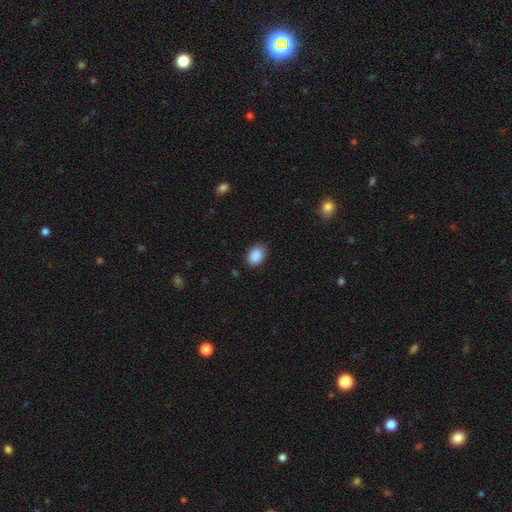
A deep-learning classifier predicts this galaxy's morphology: smooth-or-featured: smooth: 89% | star or artifact: 8% | featured or disk: 4%
  how-rounded: in between: 78% | round: 21% | cigar-shaped: 1%
  merging: none: 83% | minor disturbance: 14% | major disturbance: 3% | merger: 1%